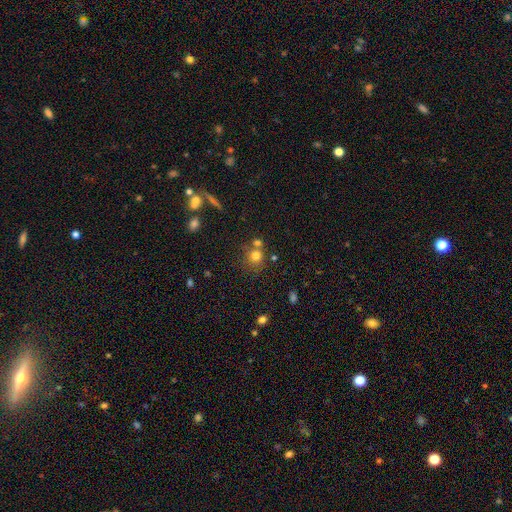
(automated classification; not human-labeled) Smooth or featured?
  - smooth: 76% *
  - star or artifact: 15%
  - featured or disk: 9%
How rounded?
  - round: 86% *
  - in between: 13%
  - cigar-shaped: 1%
Merging?
  - none: 59% *
  - merger: 25%
  - minor disturbance: 10%
  - major disturbance: 5%